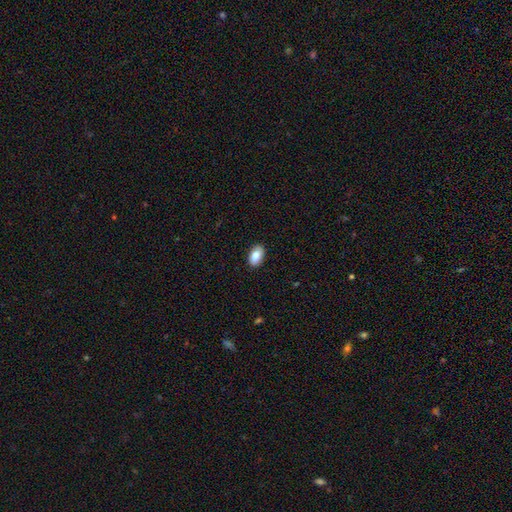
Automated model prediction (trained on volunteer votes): A smooth galaxy with no disk features (85%) that is in between round and cigar-shaped (93%). Merging: none (89%).